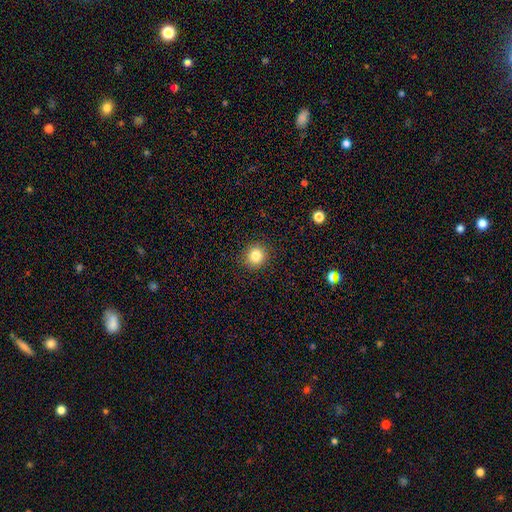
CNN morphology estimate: Smooth or featured: smooth — 84% (star or artifact — 11%)
How rounded: round — 90% (in between — 9%)
Merging: none — 90% (minor disturbance — 6%)